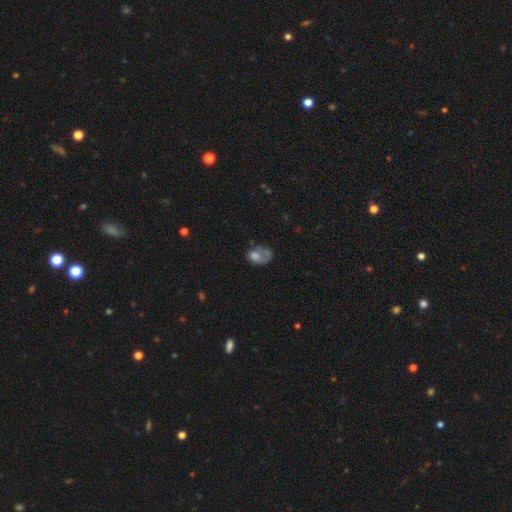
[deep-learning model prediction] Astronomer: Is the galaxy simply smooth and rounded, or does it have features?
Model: smooth — 55% (runner-up: featured or disk, 33%).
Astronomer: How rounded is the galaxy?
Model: in between — 66%.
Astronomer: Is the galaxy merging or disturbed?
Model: major disturbance — 38% (runner-up: none, 33%).